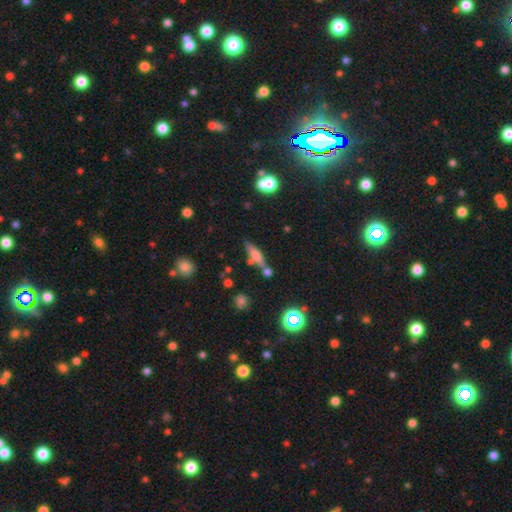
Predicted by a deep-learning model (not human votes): A smooth galaxy with no disk features (46%).

Vote fractions:
- Smooth or featured? smooth: 46% / featured or disk: 42% / star or artifact: 12%
- Merging? none: 64% / merger: 18% / minor disturbance: 13% / major disturbance: 5%